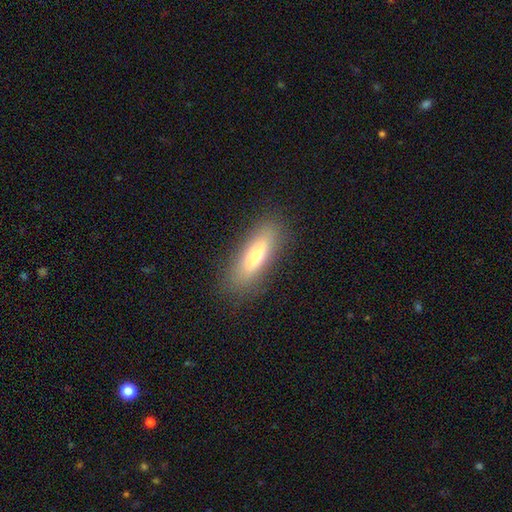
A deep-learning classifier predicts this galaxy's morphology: smooth 68%, featured or disk 24%, star or artifact 8%. Down the decision tree: how rounded — cigar-shaped (51%); merging — none (86%).